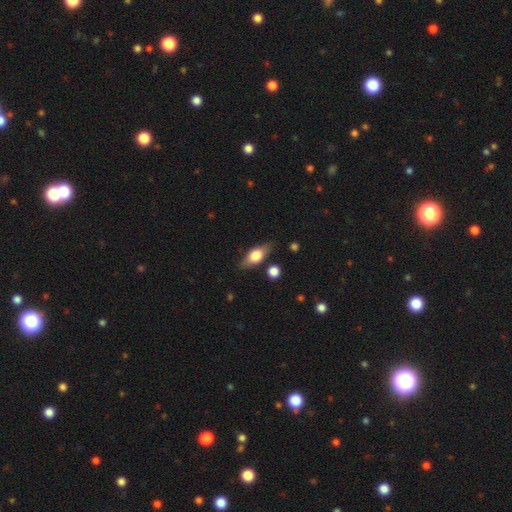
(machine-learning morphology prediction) type=smooth (60%); roundness=in between (73%); merging=none (79%).